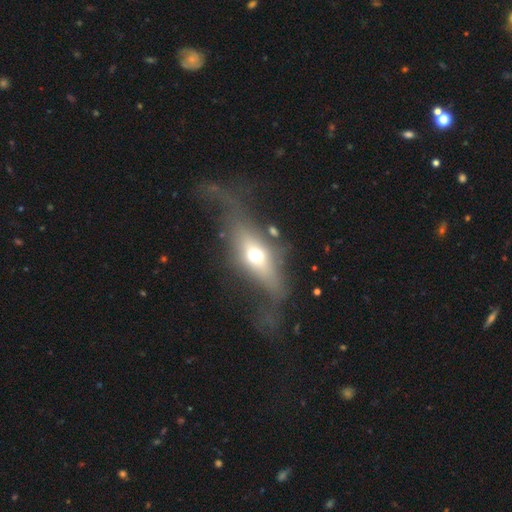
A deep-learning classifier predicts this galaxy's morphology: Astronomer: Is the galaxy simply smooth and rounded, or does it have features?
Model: featured or disk — 48% (runner-up: smooth, 41%).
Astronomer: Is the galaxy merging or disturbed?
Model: none — 50% (runner-up: major disturbance, 27%).